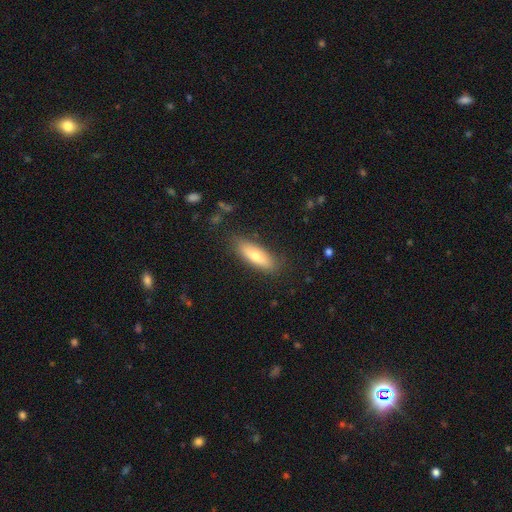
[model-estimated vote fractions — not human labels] Smooth or featured?
  - smooth: 68% *
  - featured or disk: 25%
  - star or artifact: 7%
How rounded?
  - in between: 55% *
  - cigar-shaped: 42%
  - round: 2%
Merging?
  - none: 84% *
  - minor disturbance: 12%
  - major disturbance: 3%
  - merger: 1%